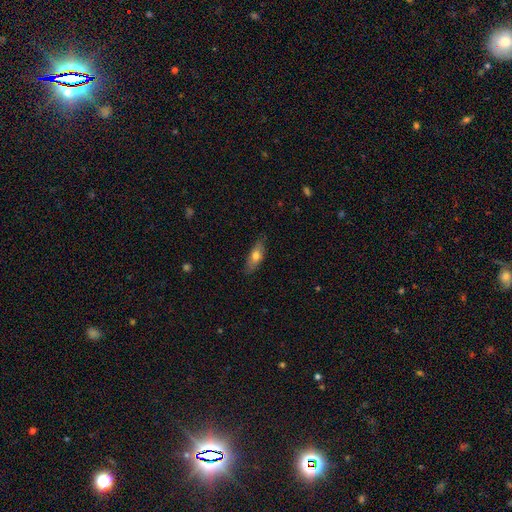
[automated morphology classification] The model was most divided on "how rounded": in between: 67%, cigar-shaped: 30%, round: 3%. More confident: merging — none (82%); smooth or featured — smooth (67%).